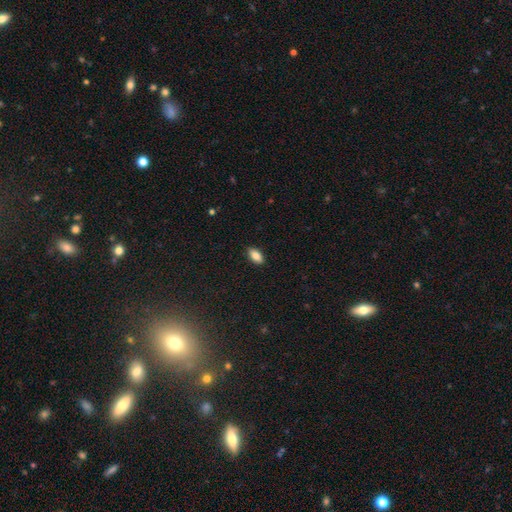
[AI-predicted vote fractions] smooth-or-featured: smooth: 85% | featured or disk: 8% | star or artifact: 7%
  how-rounded: in between: 92% | cigar-shaped: 5% | round: 3%
  merging: none: 90% | minor disturbance: 8% | major disturbance: 2% | merger: 1%